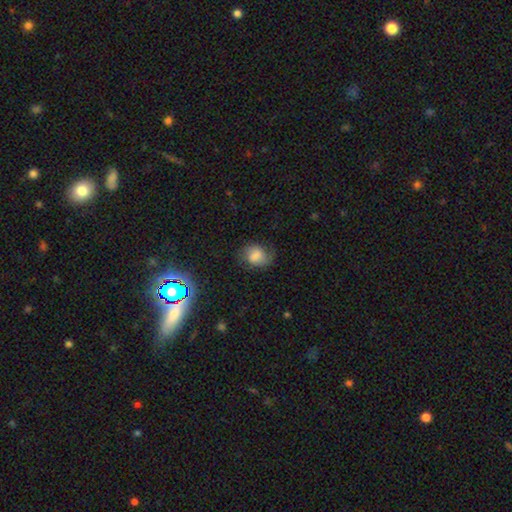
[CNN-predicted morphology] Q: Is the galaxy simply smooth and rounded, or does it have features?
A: smooth — 67%.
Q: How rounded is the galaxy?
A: in between — 56%.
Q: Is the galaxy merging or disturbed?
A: none — 60%.